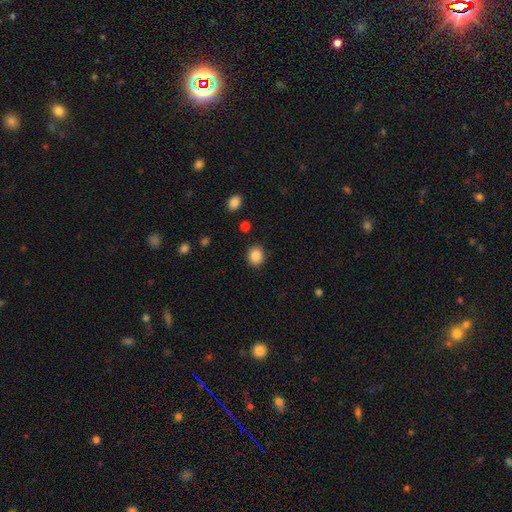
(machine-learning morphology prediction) smooth 87%, star or artifact 9%, featured or disk 4%. Down the decision tree: how rounded — round (77%); merging — none (88%).